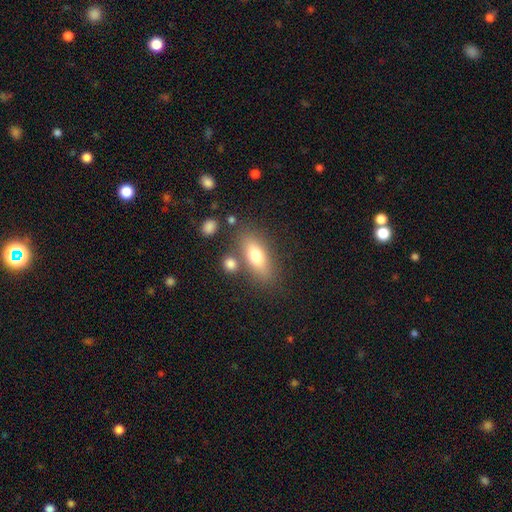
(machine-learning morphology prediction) Smooth or featured?
  - smooth: 70% *
  - featured or disk: 21%
  - star or artifact: 9%
How rounded?
  - in between: 72% *
  - cigar-shaped: 22%
  - round: 6%
Merging?
  - none: 72% *
  - minor disturbance: 13%
  - merger: 10%
  - major disturbance: 5%